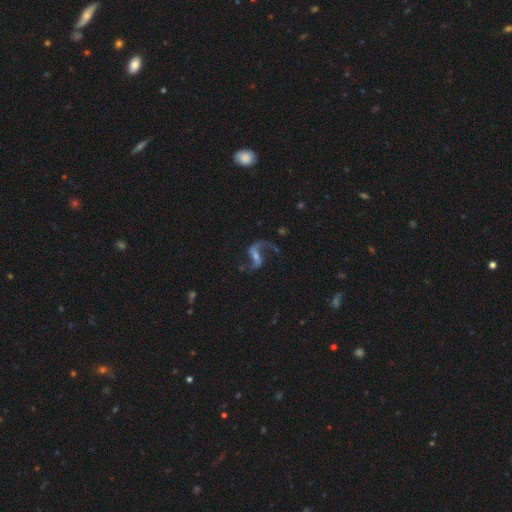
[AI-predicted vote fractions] Smooth or featured? Predicted: featured or disk (p=0.88). Edge-on disk? Predicted: no (p=0.97). Bar? Predicted: weak (p=0.42). Spiral arms? Predicted: yes (p=0.96). Spiral winding? Predicted: loose (p=0.80). Spiral arm count? Predicted: 2 (p=0.89). Bulge size? Predicted: small (p=0.50). Merging? Predicted: none (p=0.68).